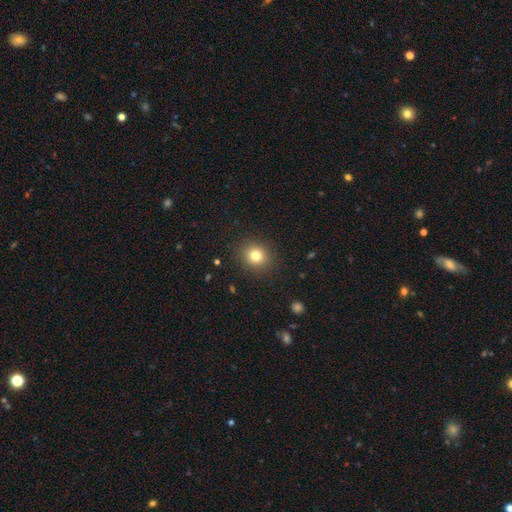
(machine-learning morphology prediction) Smooth or featured: smooth — 80% (star or artifact — 13%)
How rounded: round — 81% (in between — 18%)
Merging: none — 89% (minor disturbance — 7%)